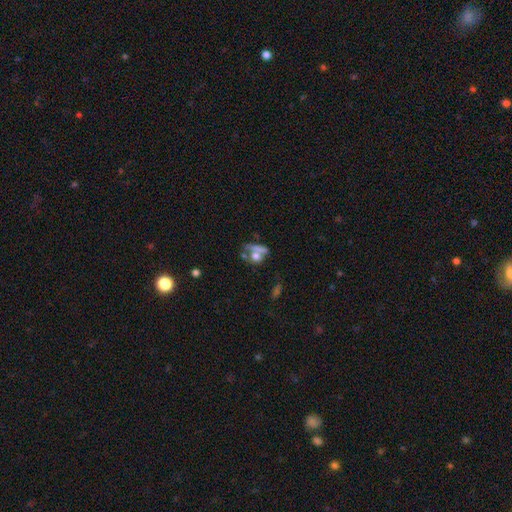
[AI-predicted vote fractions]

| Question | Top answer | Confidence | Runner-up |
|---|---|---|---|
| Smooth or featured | smooth | 57% | featured or disk (28%) |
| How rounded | in between | 47% | round (42%) |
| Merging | merger | 39% | none (31%) |